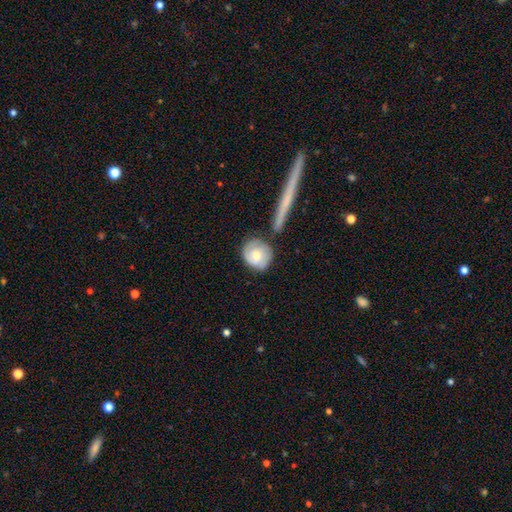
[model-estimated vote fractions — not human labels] Q: Smooth or featured?
A: smooth (52%); runner-up: featured or disk (42%)
Q: How rounded?
A: round (80%); runner-up: in between (18%)
Q: Merging?
A: none (65%); runner-up: minor disturbance (18%)